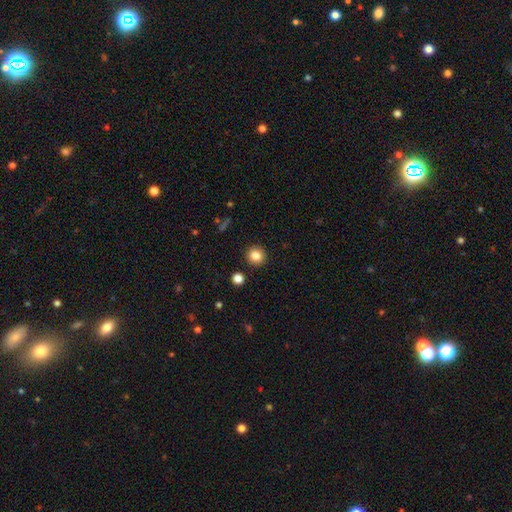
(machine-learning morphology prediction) type=smooth (84%); roundness=round (92%); merging=none (91%).